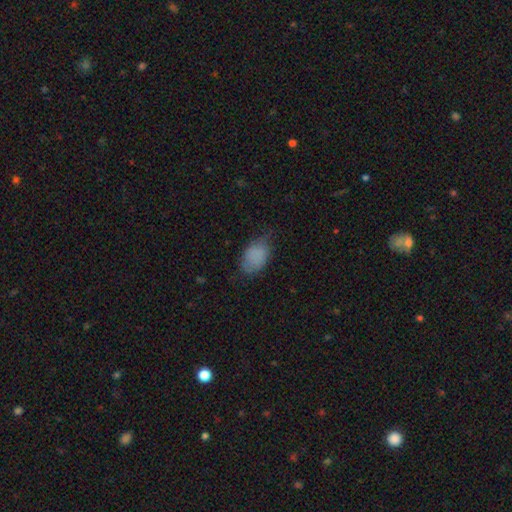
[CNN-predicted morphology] Smooth or featured: smooth — 84% (star or artifact — 8%)
How rounded: in between — 88% (round — 11%)
Merging: none — 58% (minor disturbance — 32%)